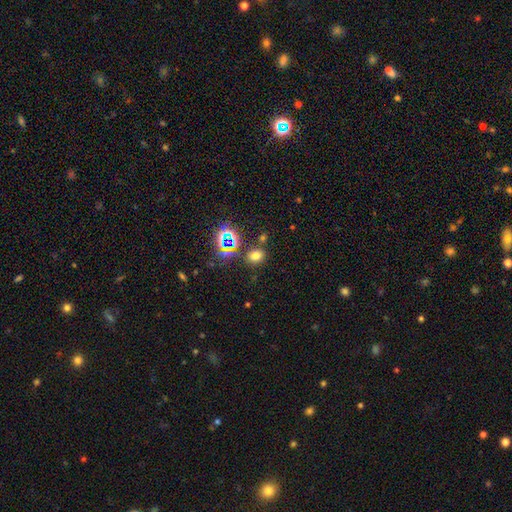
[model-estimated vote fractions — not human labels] Smooth or featured? Predicted: smooth (p=0.64). How rounded? Predicted: round (p=0.50). Merging? Predicted: none (p=0.77).